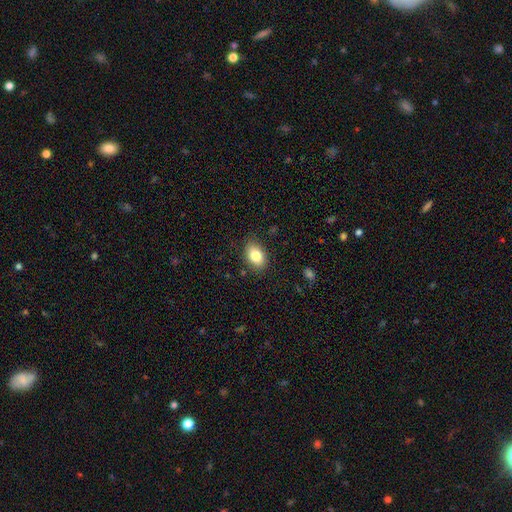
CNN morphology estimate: The model was most divided on "how rounded": in between: 84%, round: 14%, cigar-shaped: 1%. More confident: merging — none (85%); smooth or featured — smooth (83%).